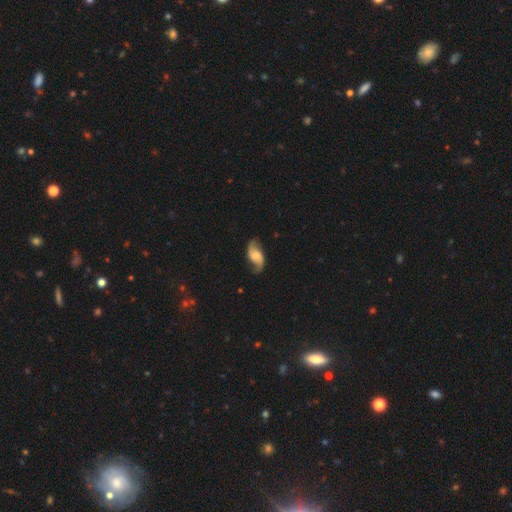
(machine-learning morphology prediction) A featured or disk galaxy (69%) with no bar (43%, tied with weak), 2 (91%) loose (62%) spiral arms (93%) and no central bulge (31%).

Vote fractions:
- Smooth or featured? featured or disk: 69% / smooth: 24% / star or artifact: 7%
- Edge-on disk? no: 96% / yes: 4%
- Bar? no: 43% (tied) / weak: 43% (tied) / strong: 14%
- Spiral arms? yes: 93% / no: 7%
- Spiral winding? loose: 62% / medium: 29% / tight: 9%
- Spiral arm count? 2: 91% / can't tell: 4% / 1: 2% / 3: 1% / 4: 1% / more than 4: 1%
- Bulge size? none: 31% / moderate: 26% / small: 25% / large: 15% / dominant: 3%
- Merging? none: 73% / minor disturbance: 18% / major disturbance: 7% / merger: 2%